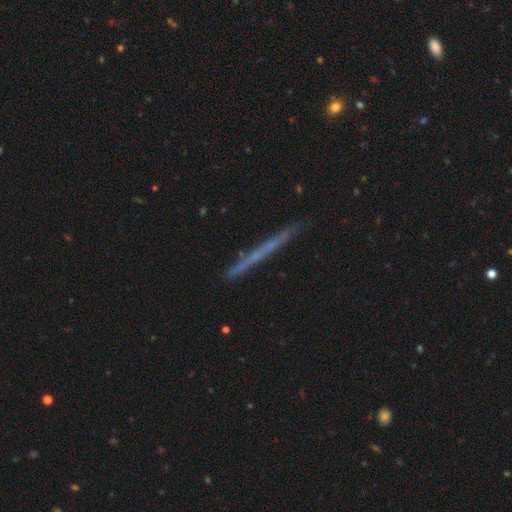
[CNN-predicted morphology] The model was most divided on "smooth or featured": featured or disk: 52%, smooth: 39%, star or artifact: 8%. More confident: edge-on disk — yes (96%); edge-on bulge — none (89%); merging — none (87%).